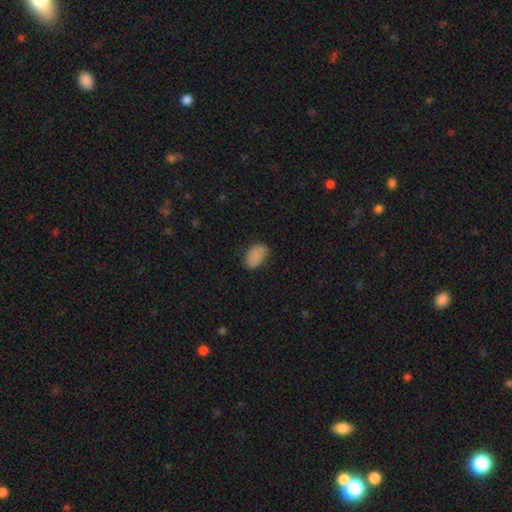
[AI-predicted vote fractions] The model was most divided on "merging": none: 69%, minor disturbance: 24%, major disturbance: 5%, merger: 2%. More confident: how rounded — in between (92%); smooth or featured — smooth (85%).